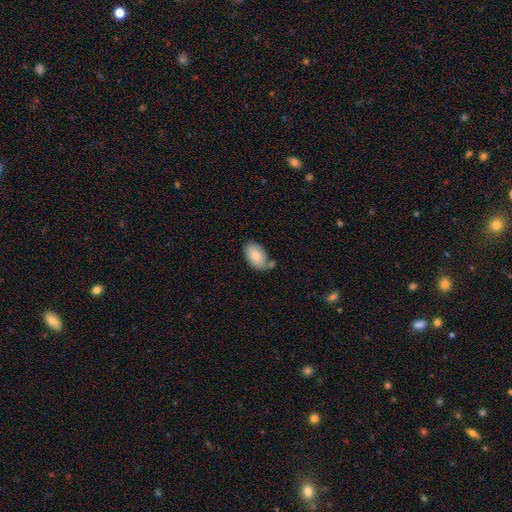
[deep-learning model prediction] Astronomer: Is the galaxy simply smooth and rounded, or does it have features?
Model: smooth — 80%.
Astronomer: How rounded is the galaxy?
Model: in between — 93%.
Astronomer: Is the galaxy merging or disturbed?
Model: none — 62%.